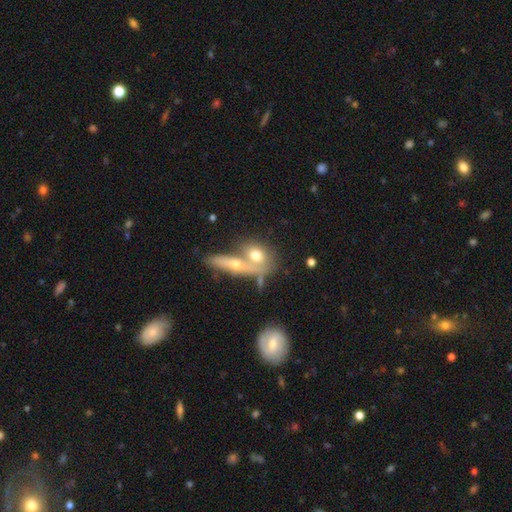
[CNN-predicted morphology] Overall: smooth (64%; featured or disk 28%). How rounded: in between (48%; round 38%). Merging: merger (51%; none 35%).